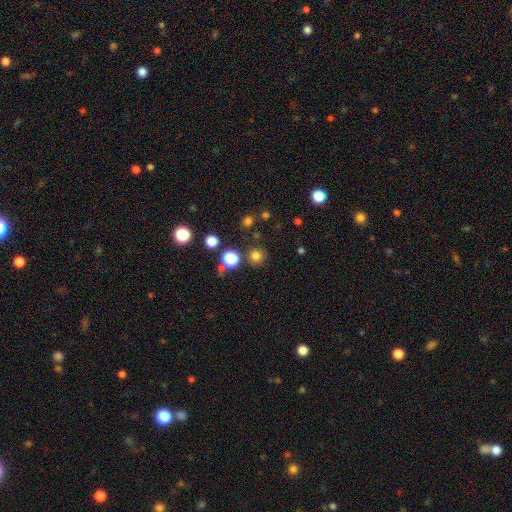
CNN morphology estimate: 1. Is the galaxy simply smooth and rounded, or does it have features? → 75% smooth, 20% star or artifact, 5% featured or disk.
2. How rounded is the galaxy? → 94% round, 5% in between, 1% cigar-shaped.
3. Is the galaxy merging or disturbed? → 85% none, 7% minor disturbance, 5% merger, 3% major disturbance.